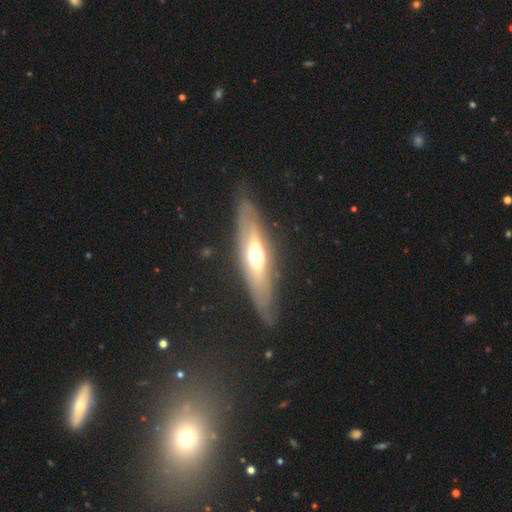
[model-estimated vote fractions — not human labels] Morphology: type=featured or disk (62%); edge-on=yes (66%); merging=none (79%).